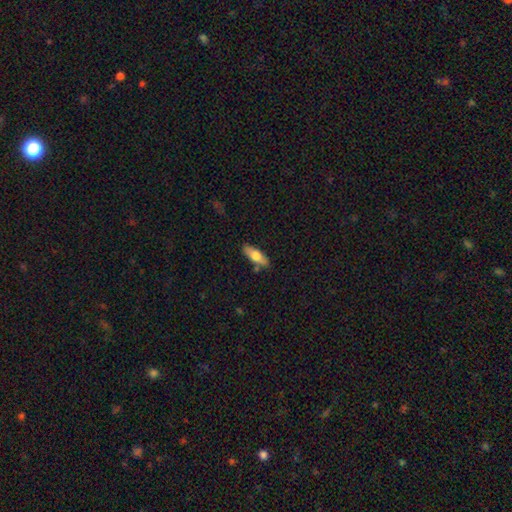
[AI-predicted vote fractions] Overall: smooth (68%). How rounded: in between (63%; cigar-shaped 34%). Merging: none (82%).